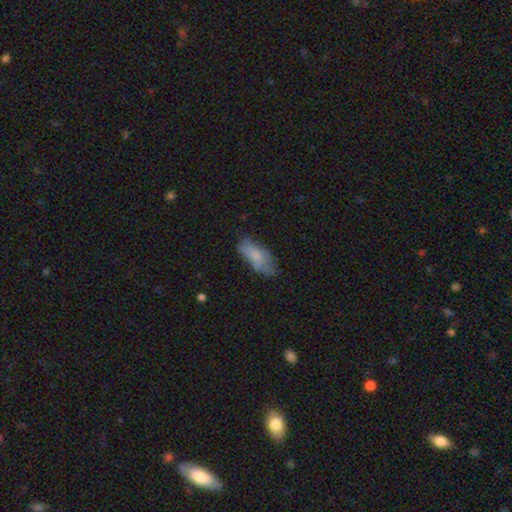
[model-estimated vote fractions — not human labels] smooth-or-featured: smooth: 73% | featured or disk: 20% | star or artifact: 7%
  how-rounded: in between: 83% | cigar-shaped: 15% | round: 2%
  merging: none: 56% | minor disturbance: 31% | major disturbance: 11% | merger: 3%